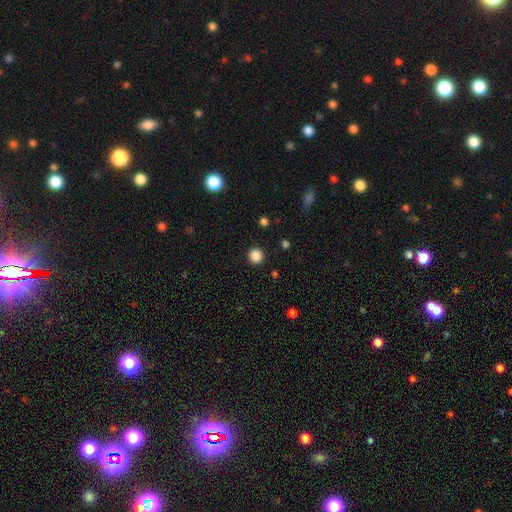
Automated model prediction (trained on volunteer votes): This is clearly a smooth galaxy (86%). How rounded: clearly round (95%). Merging: clearly none (92%).